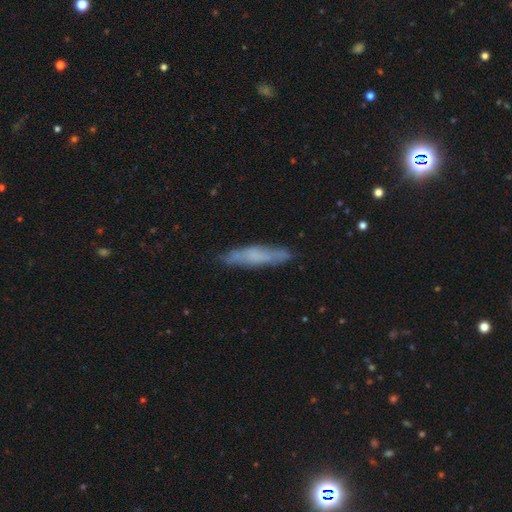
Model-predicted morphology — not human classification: smooth_or_featured: smooth (p=0.56) [alt: featured or disk p=0.36]
how_rounded: cigar-shaped (p=0.83) [alt: in between p=0.15]
merging: none (p=0.80) [alt: minor disturbance p=0.15]